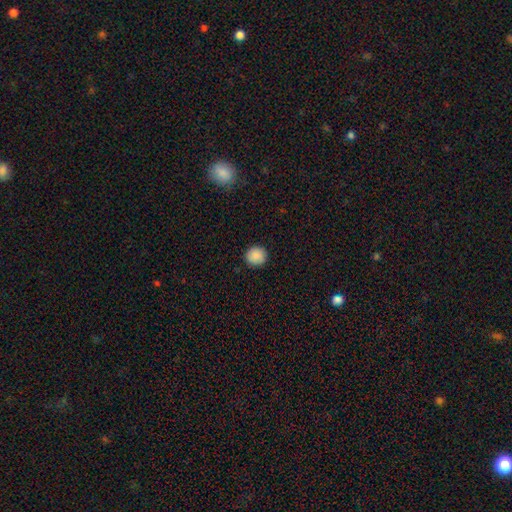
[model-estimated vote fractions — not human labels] smooth-or-featured: smooth: 89% | star or artifact: 8% | featured or disk: 2%
  how-rounded: round: 89% | in between: 10% | cigar-shaped: 1%
  merging: none: 92% | minor disturbance: 6% | major disturbance: 2% | merger: 1%